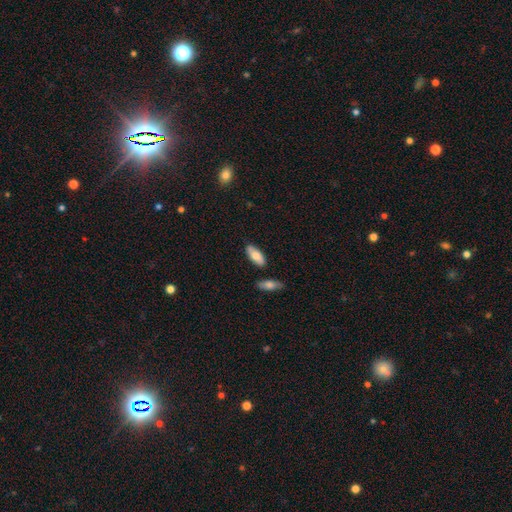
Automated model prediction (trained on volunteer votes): A smooth galaxy with no disk features (76%) that is in between round and cigar-shaped (85%).

Vote fractions:
- Smooth or featured? smooth: 76% / featured or disk: 18% / star or artifact: 6%
- How rounded? in between: 85% / cigar-shaped: 13% / round: 2%
- Merging? none: 82% / minor disturbance: 11% / merger: 5% / major disturbance: 2%